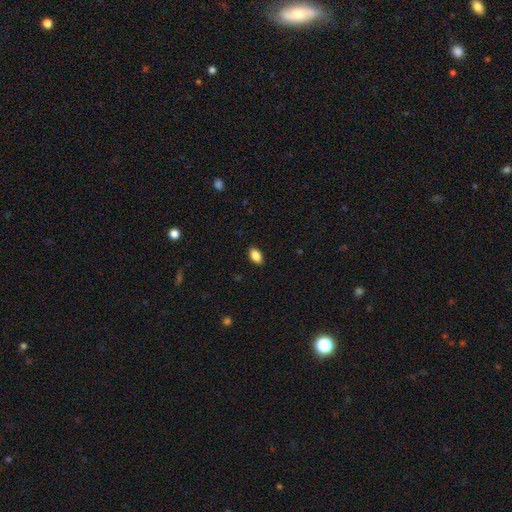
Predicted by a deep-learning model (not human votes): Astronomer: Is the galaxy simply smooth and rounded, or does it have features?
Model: smooth — 87%.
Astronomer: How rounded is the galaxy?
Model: in between — 91%.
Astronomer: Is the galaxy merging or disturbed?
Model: none — 89%.